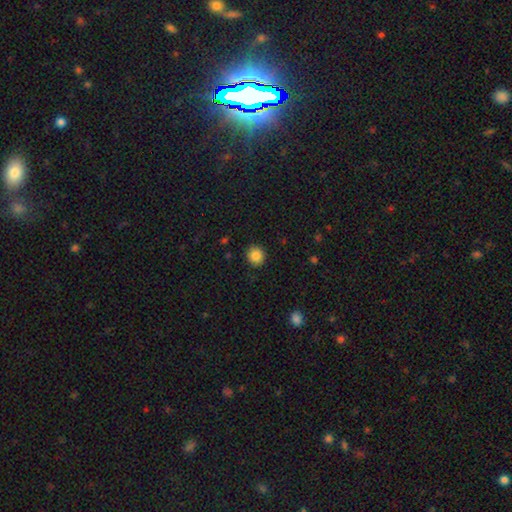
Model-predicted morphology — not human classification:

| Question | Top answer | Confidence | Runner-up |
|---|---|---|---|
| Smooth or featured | smooth | 85% | star or artifact (10%) |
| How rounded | round | 87% | in between (12%) |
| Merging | none | 90% | minor disturbance (7%) |